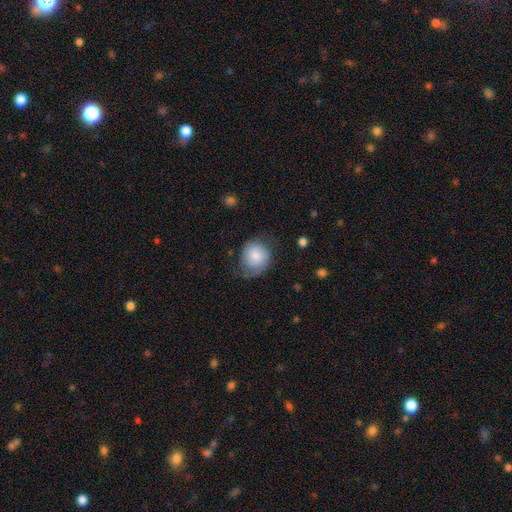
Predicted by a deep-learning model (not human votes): smooth 74%, featured or disk 19%, star or artifact 7%. Down the decision tree: how rounded — round (74%); merging — none (56%).